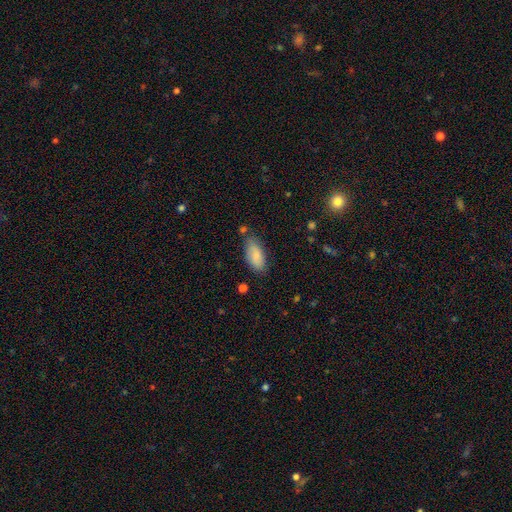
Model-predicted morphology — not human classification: A smooth galaxy with no disk features (83%) that is in between round and cigar-shaped (89%). Merging: none (69%).